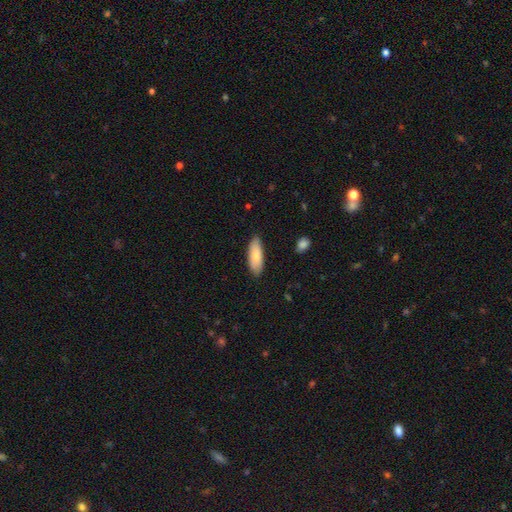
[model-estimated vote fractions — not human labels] smooth-or-featured: smooth: 78% | featured or disk: 16% | star or artifact: 6%
  how-rounded: in between: 71% | cigar-shaped: 27% | round: 2%
  merging: none: 83% | minor disturbance: 13% | major disturbance: 2% | merger: 1%